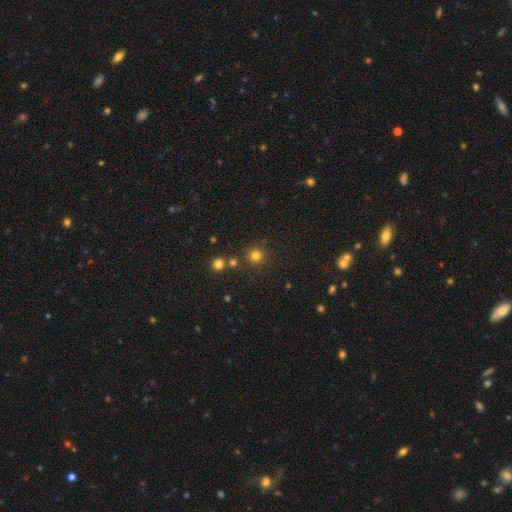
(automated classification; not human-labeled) This appears to be a smooth galaxy with no disk features (78%) that is round (94%). Merging: none (83%).